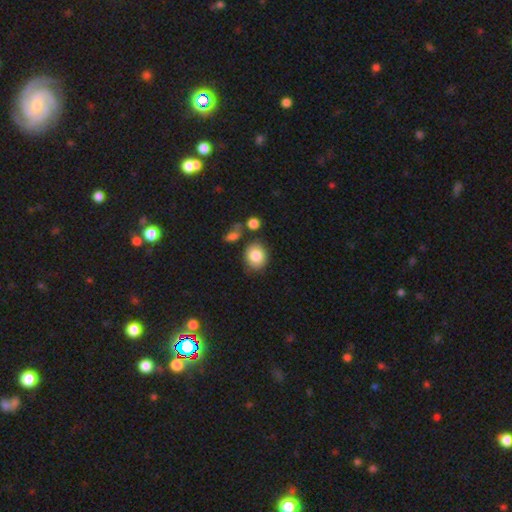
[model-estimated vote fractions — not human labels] smooth_or_featured: smooth (p=0.84) [alt: featured or disk p=0.08]
how_rounded: round (p=0.63) [alt: in between p=0.36]
merging: none (p=0.77) [alt: minor disturbance p=0.12]